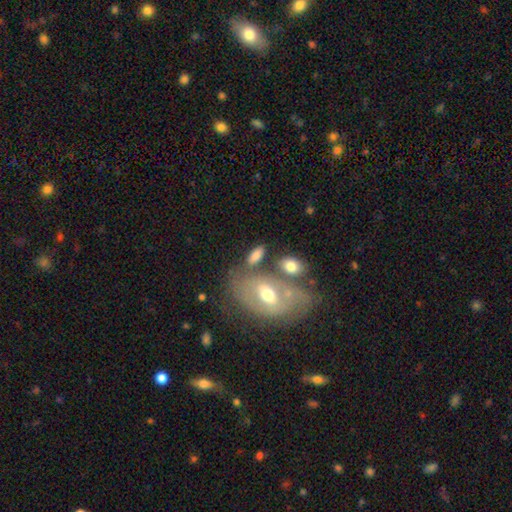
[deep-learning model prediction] smooth 70%, featured or disk 22%, star or artifact 8%. Down the decision tree: how rounded — in between (87%); merging — none (54%).